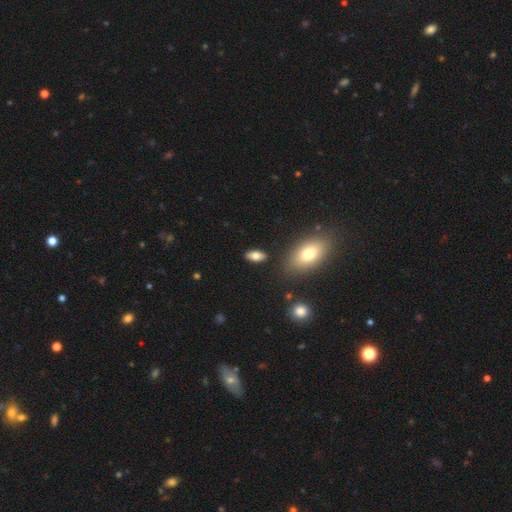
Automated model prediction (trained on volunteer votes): Overall: smooth (77%). How rounded: in between (85%). Merging: none (86%).